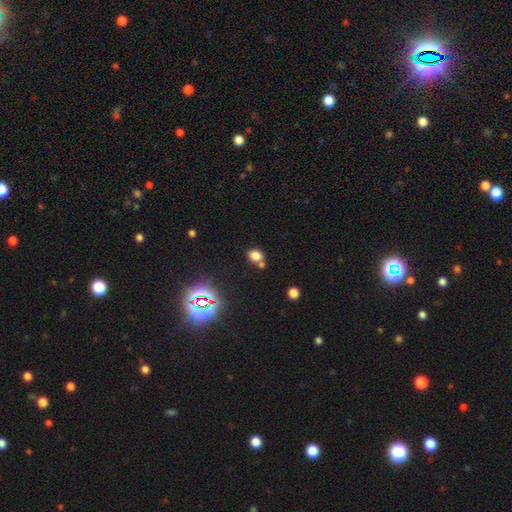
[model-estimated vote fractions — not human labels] Smooth or featured?
  - smooth: 73% *
  - star or artifact: 19%
  - featured or disk: 8%
How rounded?
  - round: 55% *
  - in between: 44%
  - cigar-shaped: 1%
Merging?
  - none: 56% *
  - merger: 28%
  - minor disturbance: 12%
  - major disturbance: 4%